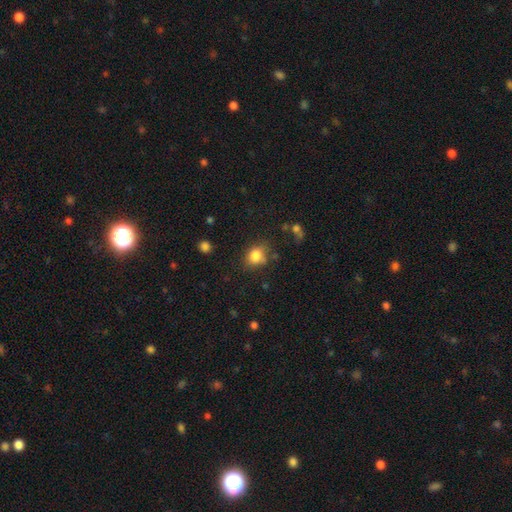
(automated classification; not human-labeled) smooth_or_featured: smooth (p=0.82) [alt: star or artifact p=0.11]
how_rounded: round (p=0.54) [alt: in between p=0.45]
merging: none (p=0.64) [alt: minor disturbance p=0.23]